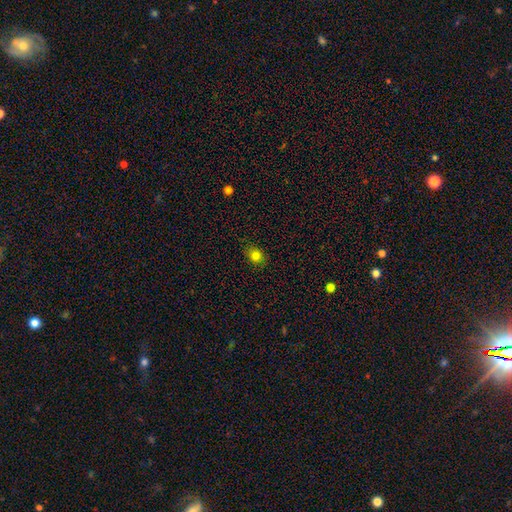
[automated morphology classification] The model was most divided on "how rounded": round: 68%, in between: 32%, cigar-shaped: 1%. More confident: merging — none (87%); smooth or featured — smooth (80%).